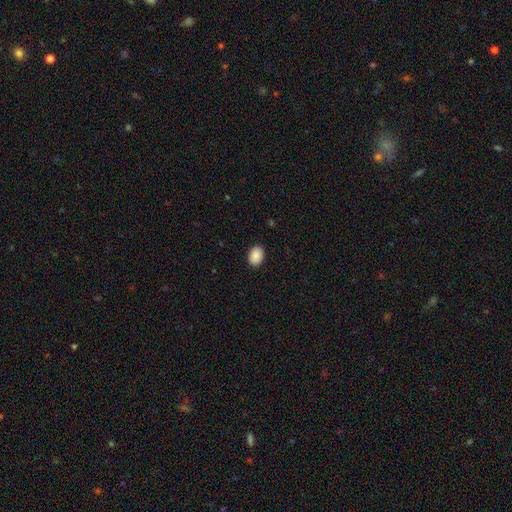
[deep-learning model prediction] smooth 90%, star or artifact 7%, featured or disk 3%. Down the decision tree: how rounded — in between (73%); merging — none (90%).